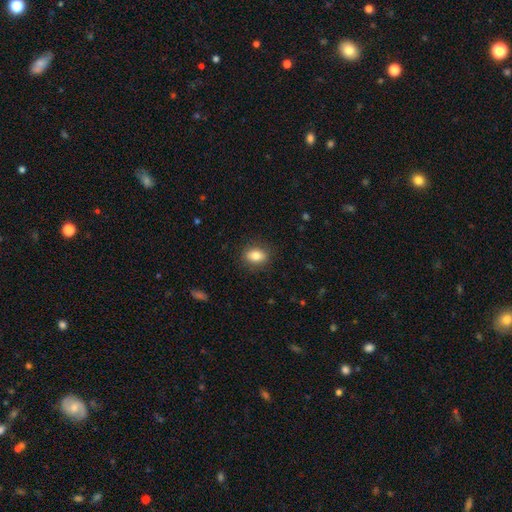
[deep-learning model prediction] Smooth or featured: smooth — 82% (featured or disk — 9%)
How rounded: in between — 74% (round — 24%)
Merging: none — 87% (minor disturbance — 10%)